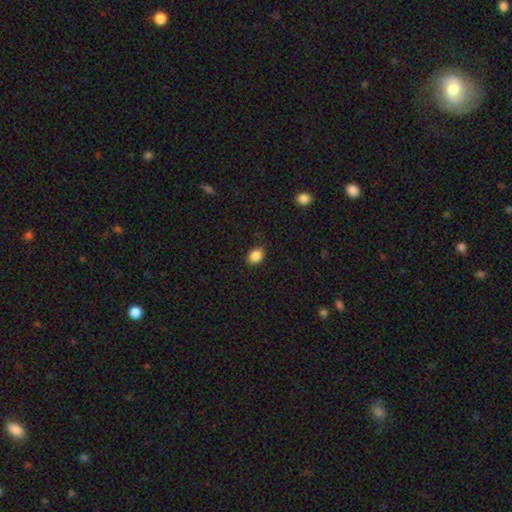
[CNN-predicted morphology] The model was most divided on "how rounded": in between: 70%, round: 29%, cigar-shaped: 1%. More confident: merging — none (88%); smooth or featured — smooth (87%).